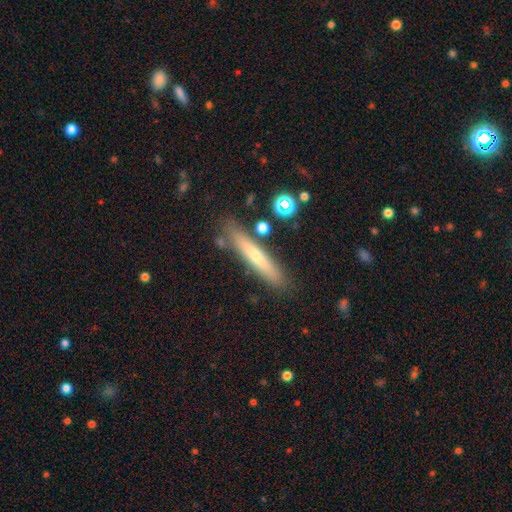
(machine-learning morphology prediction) Smooth or featured? smooth (53%)
How rounded? cigar-shaped (91%)
Merging? none (83%)